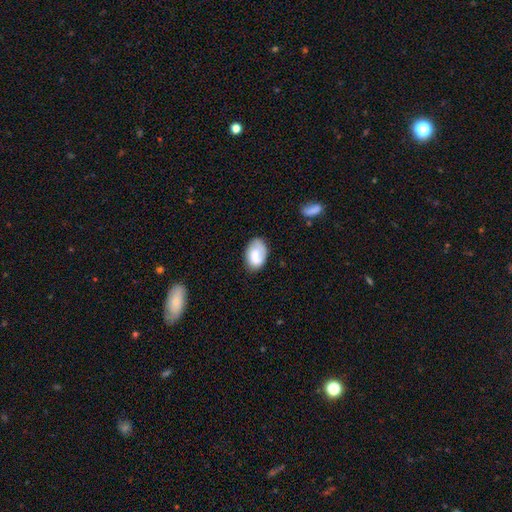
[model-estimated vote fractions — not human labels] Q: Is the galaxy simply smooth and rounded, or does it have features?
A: smooth — 72%.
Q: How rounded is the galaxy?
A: in between — 89%.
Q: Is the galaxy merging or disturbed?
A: none — 70%.